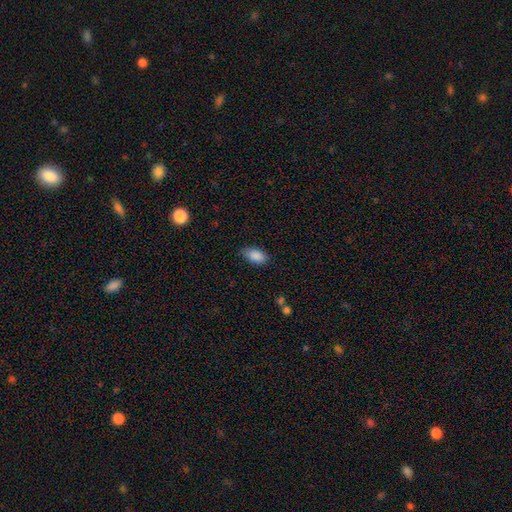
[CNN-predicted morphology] smooth 88%, star or artifact 7%, featured or disk 5%. Down the decision tree: how rounded — in between (92%); merging — none (73%).